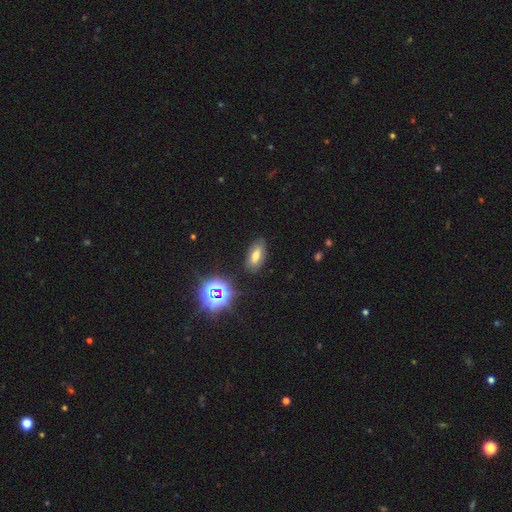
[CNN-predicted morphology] Q: Smooth or featured?
A: smooth (62%); runner-up: star or artifact (21%)
Q: How rounded?
A: in between (87%); runner-up: cigar-shaped (7%)
Q: Merging?
A: none (80%); runner-up: minor disturbance (14%)